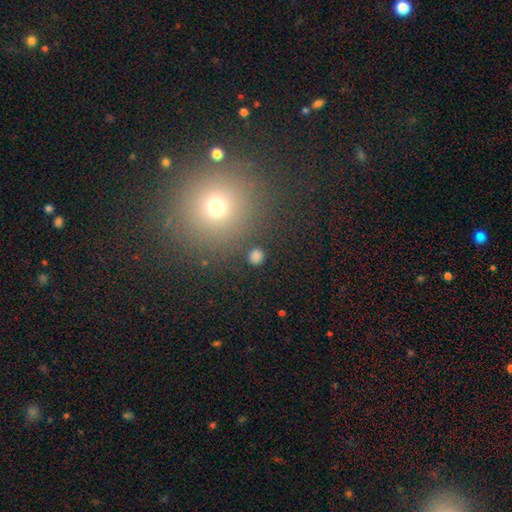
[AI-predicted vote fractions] Smooth or featured? Predicted: smooth (p=0.78). How rounded? Predicted: round (p=0.87). Merging? Predicted: none (p=0.87).